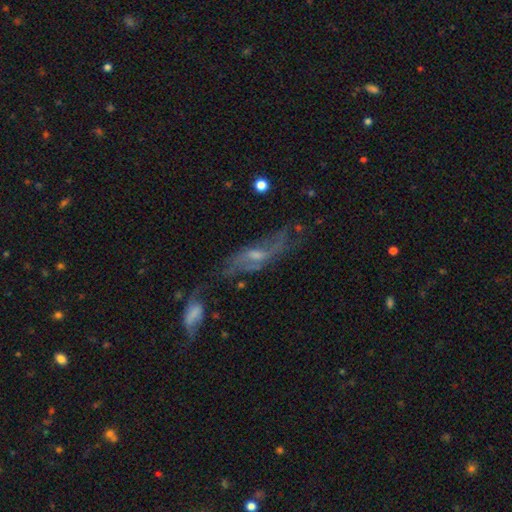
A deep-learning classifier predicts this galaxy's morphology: Smooth or featured: featured or disk — 71% (smooth — 20%)
Edge-on disk: no — 78% (yes — 22%)
Bar: weak — 47% (no — 40%)
Spiral arms: yes — 76% (no — 24%)
Bulge size: moderate — 45% (small — 40%)
Merging: none — 44% (minor disturbance — 22%)